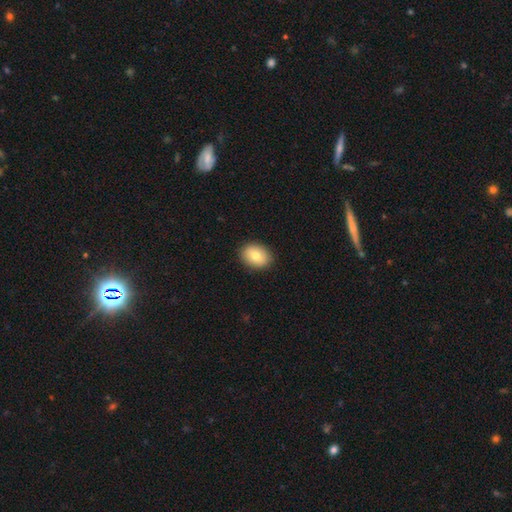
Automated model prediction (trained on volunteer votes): This appears to be a smooth galaxy with no disk features (78%) that is in between round and cigar-shaped (65%). Merging: none (89%).